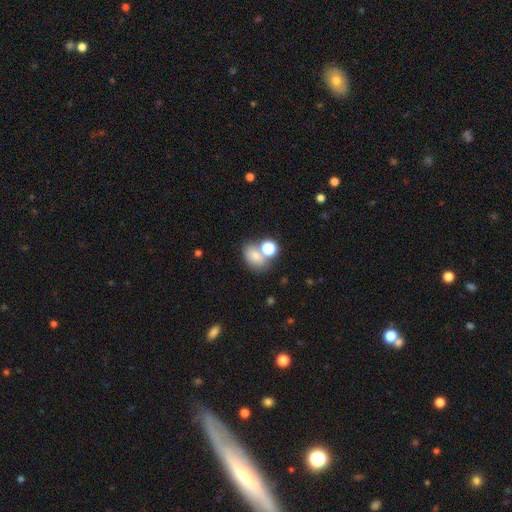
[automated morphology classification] A smooth galaxy with no disk features (72%) that is in between round and cigar-shaped (64%).

Vote fractions:
- Smooth or featured? smooth: 72% / star or artifact: 15% / featured or disk: 14%
- How rounded? in between: 64% / round: 34% / cigar-shaped: 1%
- Merging? none: 47% / merger: 34% / minor disturbance: 12% / major disturbance: 6%